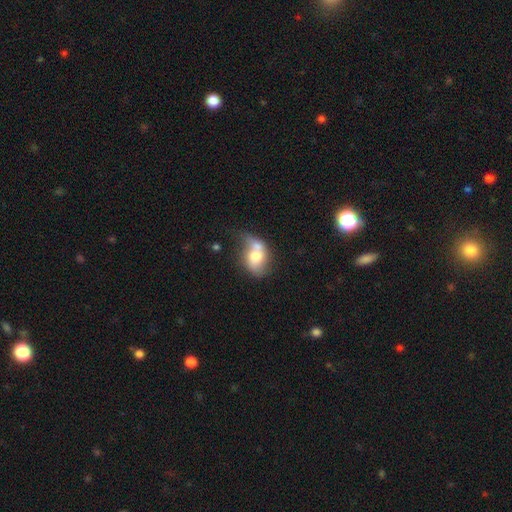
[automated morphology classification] smooth 53%, featured or disk 38%, star or artifact 8%. Down the decision tree: how rounded — in between (66%); merging — merger (39%).